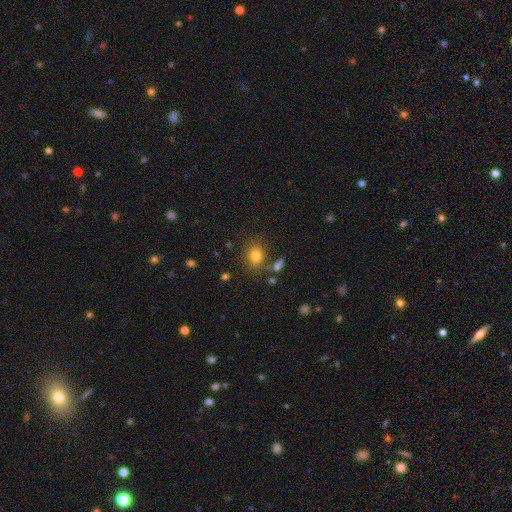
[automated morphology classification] A smooth galaxy with no disk features (78%) that is in between round and cigar-shaped (50%). Merging: none (73%).